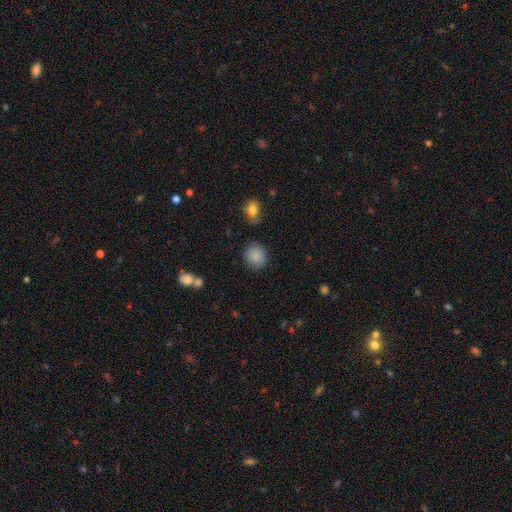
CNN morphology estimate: Smooth or featured?
  - smooth: 87% *
  - star or artifact: 9%
  - featured or disk: 5%
How rounded?
  - round: 77% *
  - in between: 22%
  - cigar-shaped: 1%
Merging?
  - none: 85% *
  - minor disturbance: 10%
  - major disturbance: 3%
  - merger: 2%